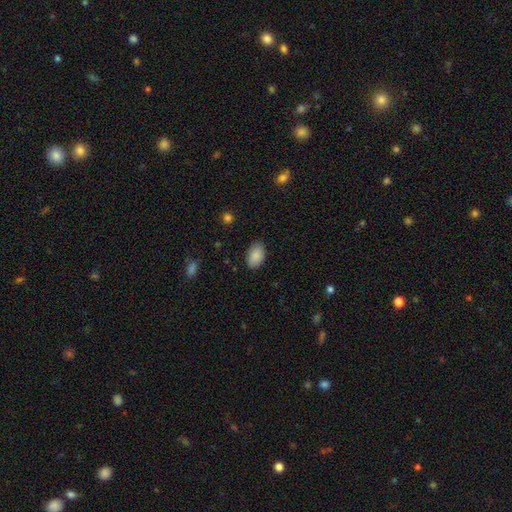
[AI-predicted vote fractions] A smooth galaxy with no disk features (89%) that is in between round and cigar-shaped (91%). Merging: none (86%).